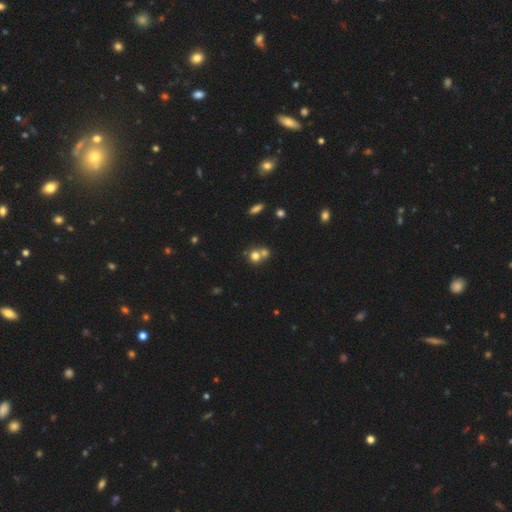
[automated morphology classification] type=smooth (73%); roundness=round (83%); merging=merger (51%).